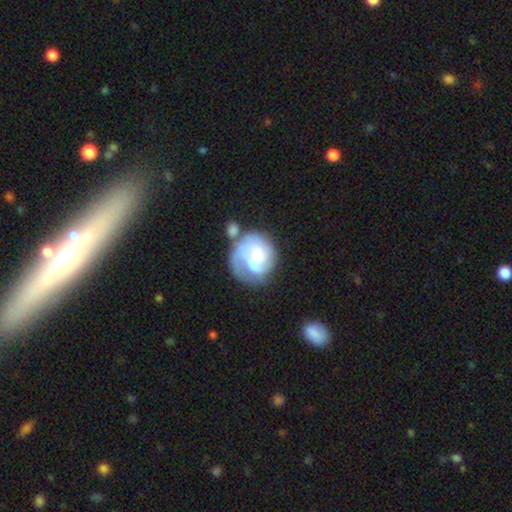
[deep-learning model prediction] Smooth or featured? featured or disk (62%)
Edge-on disk? no (98%)
Bar? no (61%)
Spiral arms? yes (78%)
Bulge size? small (45%)
Merging? none (41%)